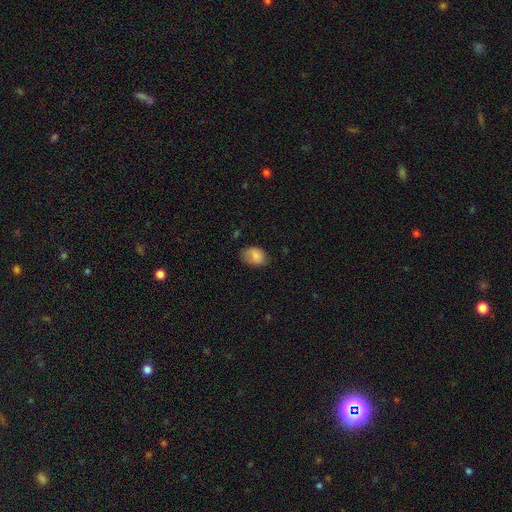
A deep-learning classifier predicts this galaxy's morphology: smooth 84%, featured or disk 8%, star or artifact 8%. Down the decision tree: how rounded — in between (78%); merging — none (59%).